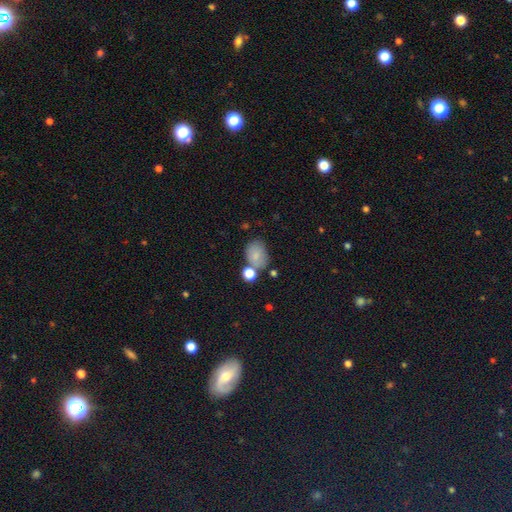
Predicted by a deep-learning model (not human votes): The model was most divided on "how rounded": in between: 67%, round: 32%, cigar-shaped: 1%. More confident: smooth or featured — smooth (80%); merging — none (56%).